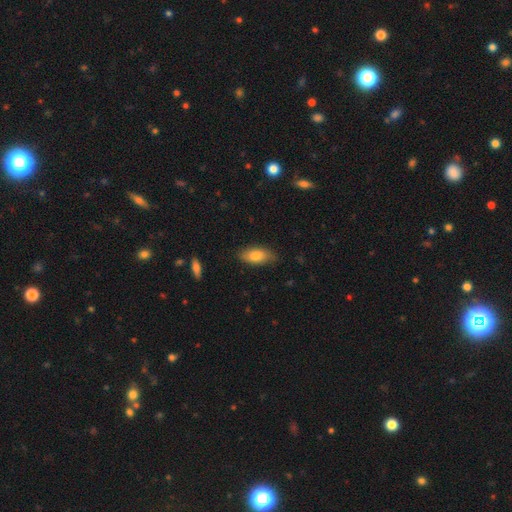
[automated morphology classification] This is likely a smooth galaxy (80%). How rounded: clearly in between (87%). Merging: clearly none (81%).